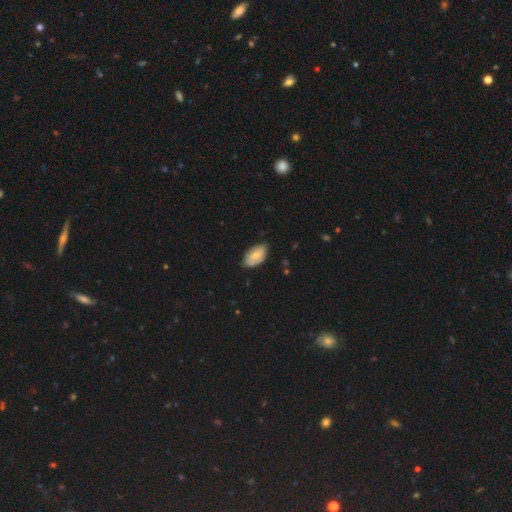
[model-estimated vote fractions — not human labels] Q: Smooth or featured?
A: smooth (67%); runner-up: featured or disk (27%)
Q: How rounded?
A: in between (94%); runner-up: round (4%)
Q: Merging?
A: none (68%); runner-up: minor disturbance (27%)